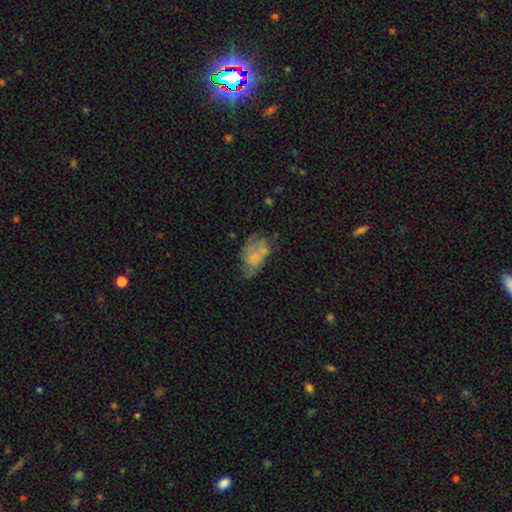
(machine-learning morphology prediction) The model was most divided on "smooth or featured": featured or disk: 45%, smooth: 44%, star or artifact: 11%. Remaining: merging — none (36%).